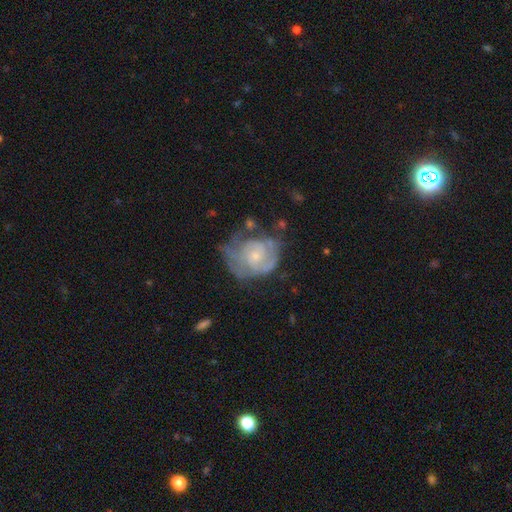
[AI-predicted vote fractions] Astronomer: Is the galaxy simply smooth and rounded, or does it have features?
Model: featured or disk — 68%.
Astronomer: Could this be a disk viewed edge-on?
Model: no — 98%.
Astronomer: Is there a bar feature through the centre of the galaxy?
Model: no — 78%.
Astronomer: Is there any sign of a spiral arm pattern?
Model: yes — 70%.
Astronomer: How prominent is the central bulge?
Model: small — 64%.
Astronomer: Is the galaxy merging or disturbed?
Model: none — 39% (runner-up: minor disturbance, 29%).